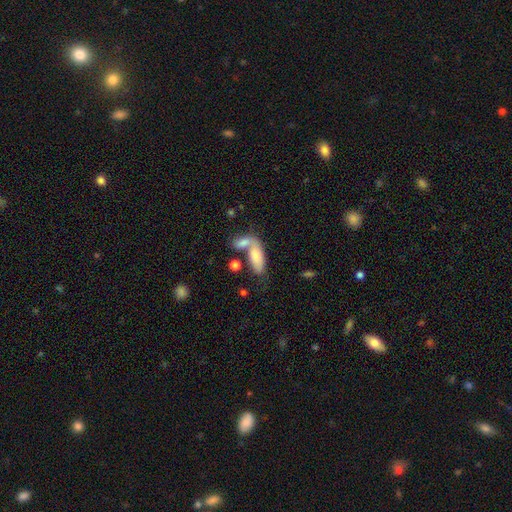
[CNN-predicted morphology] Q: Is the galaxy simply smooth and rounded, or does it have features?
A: smooth — 75%.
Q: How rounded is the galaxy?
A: in between — 79%.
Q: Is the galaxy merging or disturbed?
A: merger — 50%.